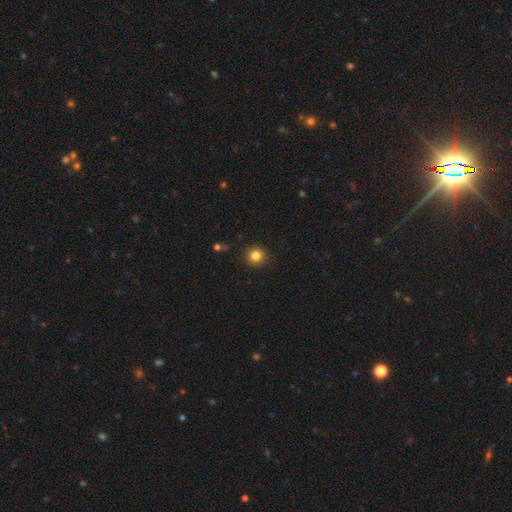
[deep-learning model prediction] Smooth or featured? Predicted: smooth (p=0.83). How rounded? Predicted: round (p=0.94). Merging? Predicted: none (p=0.92).